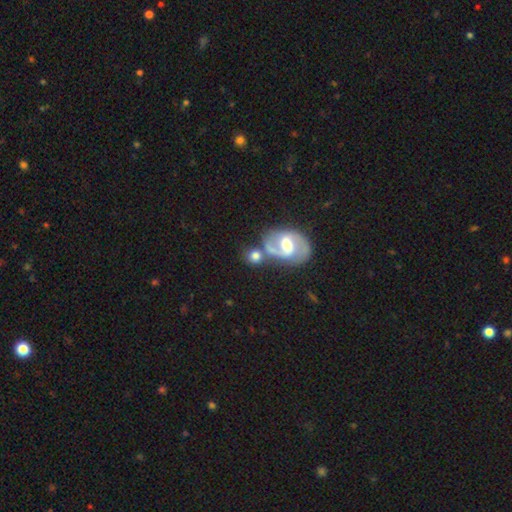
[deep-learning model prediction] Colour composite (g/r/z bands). It shows a smooth galaxy with no disk features (56%) that is round (78%). Merging: none (58%).